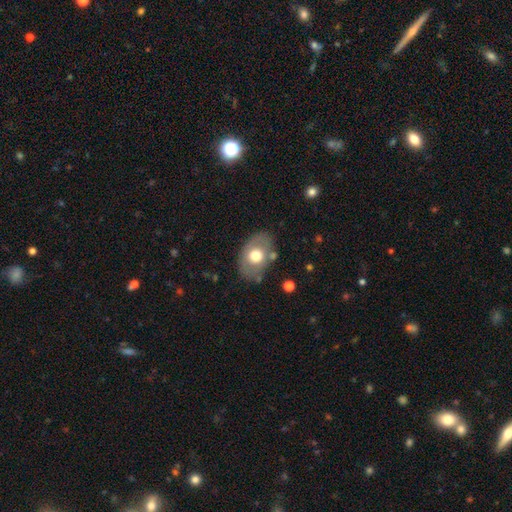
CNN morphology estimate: A smooth galaxy with no disk features (59%) that is in between round and cigar-shaped (76%).

Vote fractions:
- Smooth or featured? smooth: 59% / featured or disk: 35% / star or artifact: 7%
- How rounded? in between: 76% / round: 22% / cigar-shaped: 1%
- Merging? none: 74% / minor disturbance: 16% / major disturbance: 6% / merger: 5%